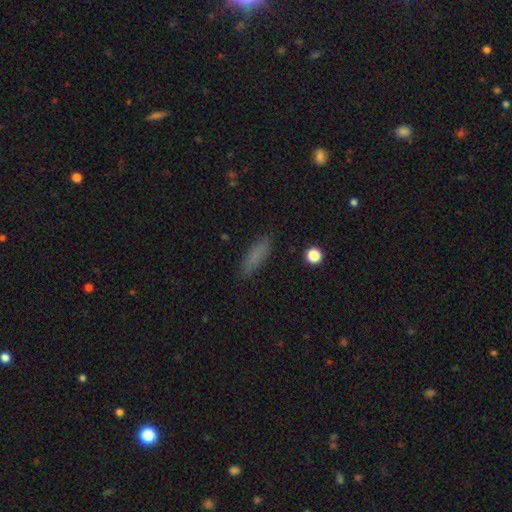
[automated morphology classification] Smooth or featured? Predicted: smooth (p=0.80). How rounded? Predicted: cigar-shaped (p=0.62). Merging? Predicted: none (p=0.85).